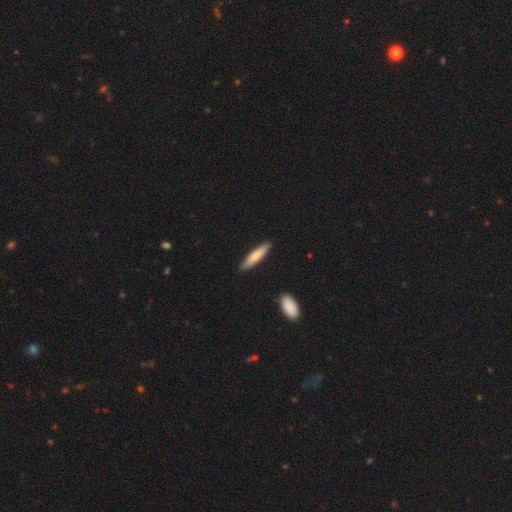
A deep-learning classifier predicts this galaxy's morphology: type=smooth (75%); roundness=cigar-shaped (83%); merging=none (89%).